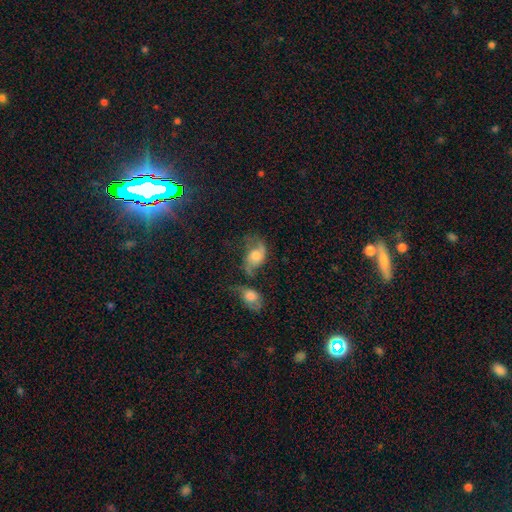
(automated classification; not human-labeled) featured or disk 64%, smooth 25%, star or artifact 11%. Down the decision tree: edge-on disk — no (96%); bar — no (65%); spiral arms — yes (89%); spiral arm count — 2 (86%); spiral winding — loose (62%); bulge size — moderate (50%); merging — none (38%).